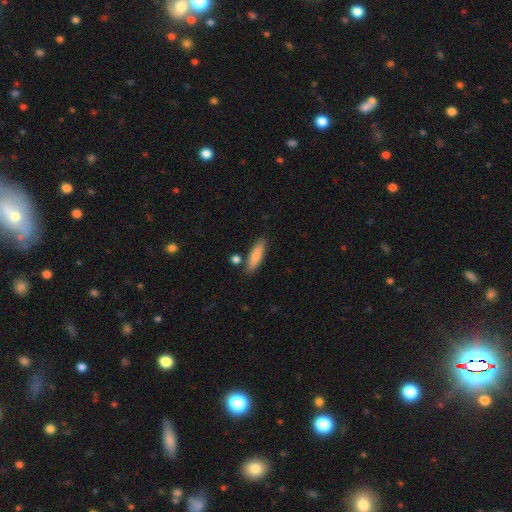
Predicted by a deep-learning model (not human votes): A smooth galaxy with no disk features (82%) that is cigar-shaped (64%). Merging: none (80%).